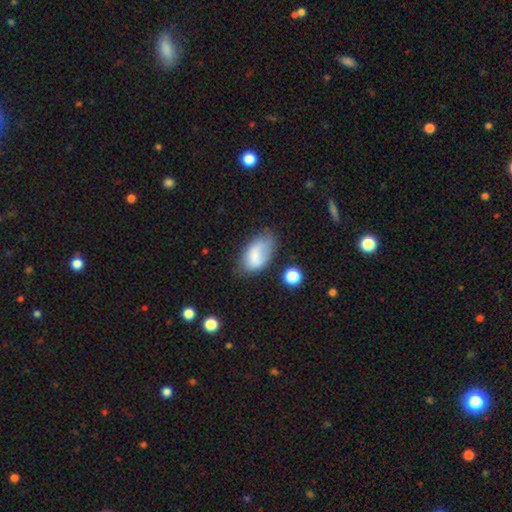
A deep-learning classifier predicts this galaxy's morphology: A smooth galaxy with no disk features (74%) that is in between round and cigar-shaped (93%). Merging: none (48%).